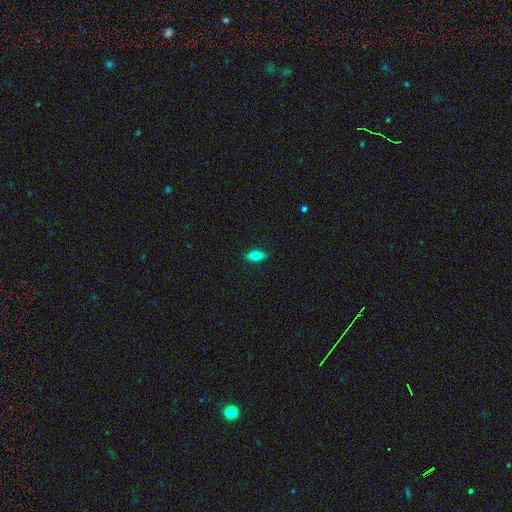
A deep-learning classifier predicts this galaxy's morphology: Q: Smooth or featured?
A: smooth (76%); runner-up: featured or disk (17%)
Q: How rounded?
A: in between (76%); runner-up: cigar-shaped (21%)
Q: Merging?
A: none (88%); runner-up: minor disturbance (9%)